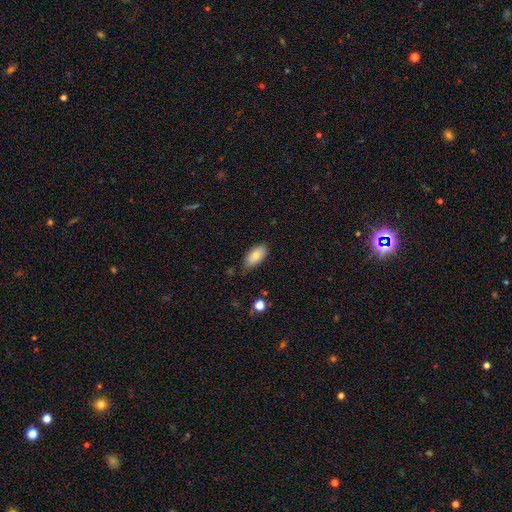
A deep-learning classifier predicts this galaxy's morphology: Smooth or featured?
  - smooth: 81% *
  - featured or disk: 12%
  - star or artifact: 7%
How rounded?
  - in between: 93% *
  - cigar-shaped: 4%
  - round: 3%
Merging?
  - none: 76% *
  - minor disturbance: 19%
  - major disturbance: 3%
  - merger: 2%